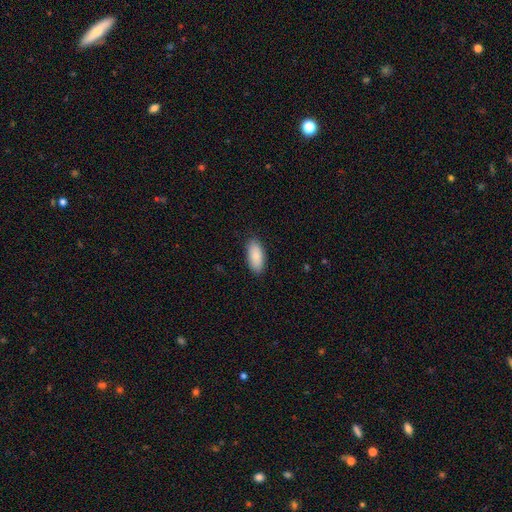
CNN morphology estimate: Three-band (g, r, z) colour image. It shows a smooth galaxy with no disk features (87%) that is in between round and cigar-shaped (91%). Merging: none (87%).